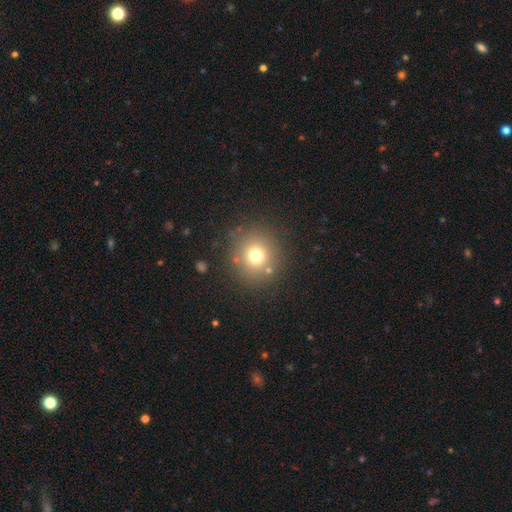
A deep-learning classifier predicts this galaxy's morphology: This is likely a smooth galaxy (72%). How rounded: clearly round (92%). Merging: clearly none (84%).